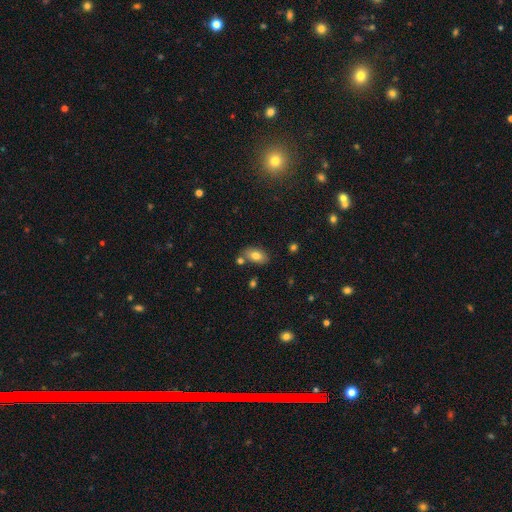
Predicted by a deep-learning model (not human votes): A smooth galaxy with no disk features (78%) that is in between round and cigar-shaped (91%).

Vote fractions:
- Smooth or featured? smooth: 78% / featured or disk: 13% / star or artifact: 9%
- How rounded? in between: 91% / round: 7% / cigar-shaped: 3%
- Merging? none: 75% / minor disturbance: 12% / merger: 10% / major disturbance: 3%